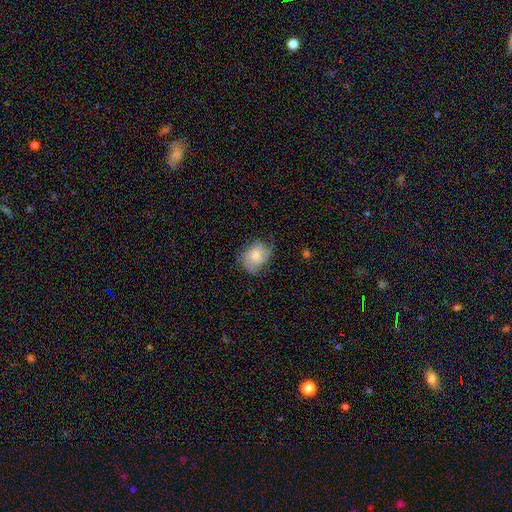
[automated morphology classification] This is possibly a smooth galaxy (54%). How rounded: possibly in between (57%). Merging: possibly none (56%).